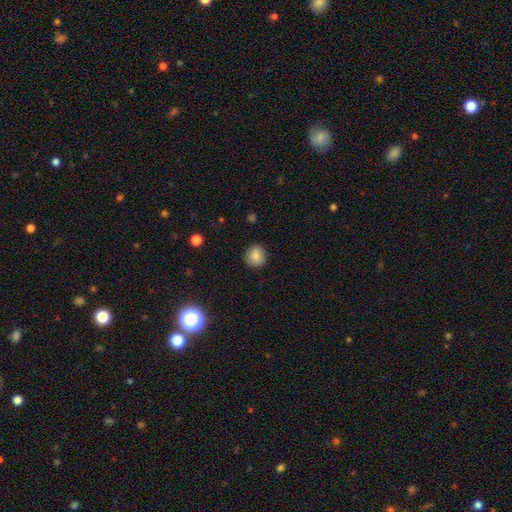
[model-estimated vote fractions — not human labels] This is clearly a smooth galaxy (84%). How rounded: clearly round (86%). Merging: clearly none (86%).